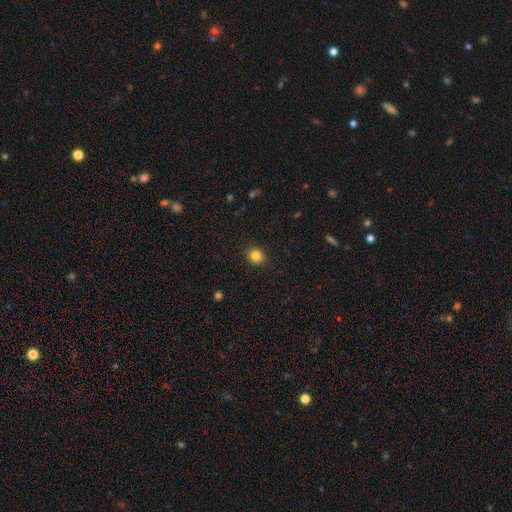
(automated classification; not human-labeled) This is clearly a smooth galaxy (84%). How rounded: likely round (75%). Merging: clearly none (90%).